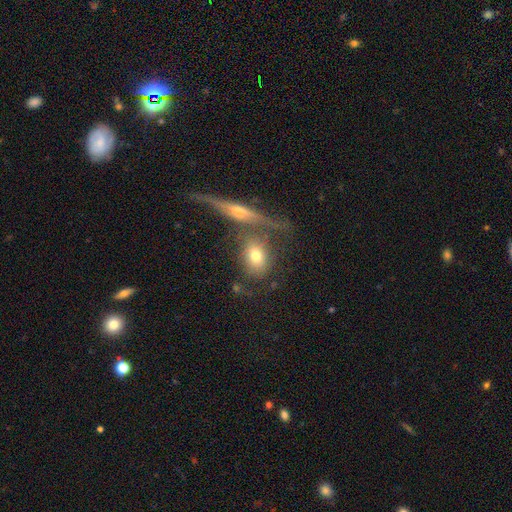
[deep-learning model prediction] The model was most divided on "how rounded": in between: 60%, round: 33%, cigar-shaped: 7%. More confident: smooth or featured — smooth (63%); merging — none (55%).